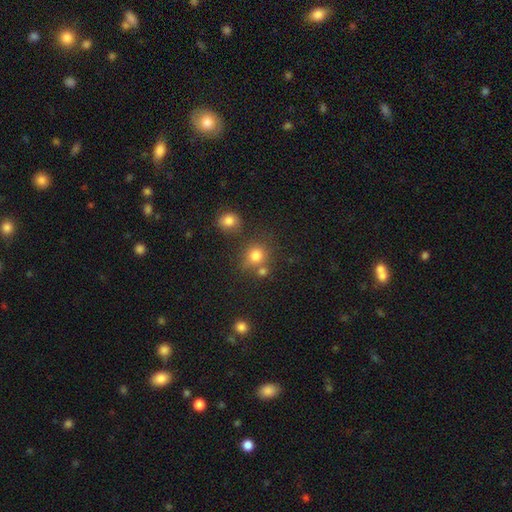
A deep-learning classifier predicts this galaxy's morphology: Q: Smooth or featured?
A: smooth (78%); runner-up: star or artifact (14%)
Q: How rounded?
A: round (85%); runner-up: in between (14%)
Q: Merging?
A: none (62%); runner-up: merger (21%)